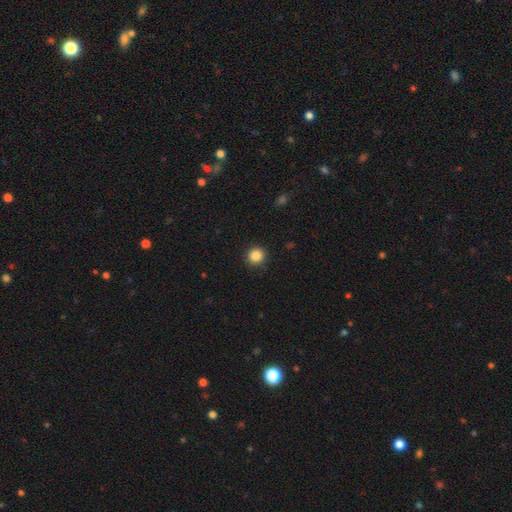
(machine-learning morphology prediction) smooth_or_featured: smooth (p=0.86) [alt: star or artifact p=0.10]
how_rounded: round (p=0.92) [alt: in between p=0.07]
merging: none (p=0.92) [alt: minor disturbance p=0.06]